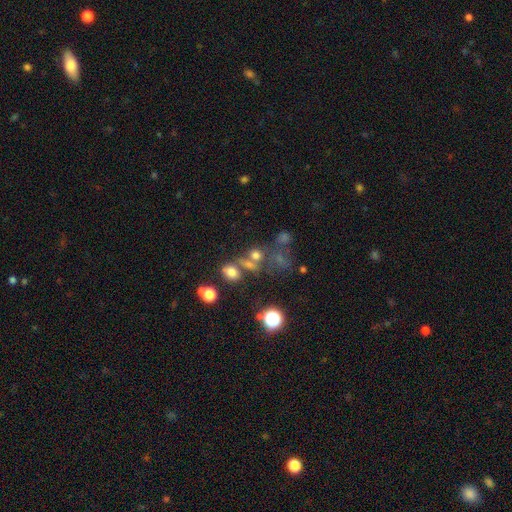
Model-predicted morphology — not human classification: Smooth or featured? Predicted: smooth (p=0.62). How rounded? Predicted: round (p=0.64). Merging? Predicted: none (p=0.45).